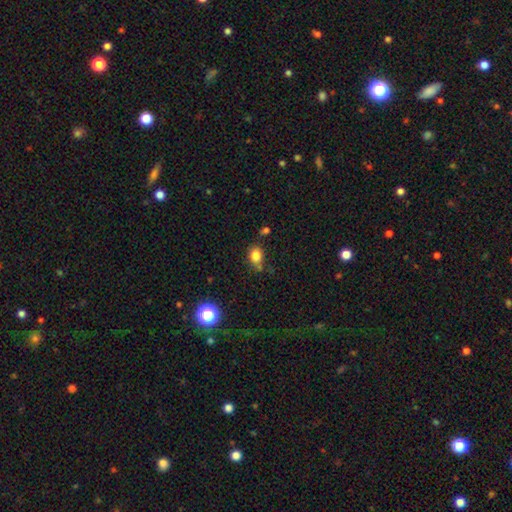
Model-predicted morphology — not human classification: Smooth or featured? smooth (82%)
How rounded? in between (59%)
Merging? none (64%)